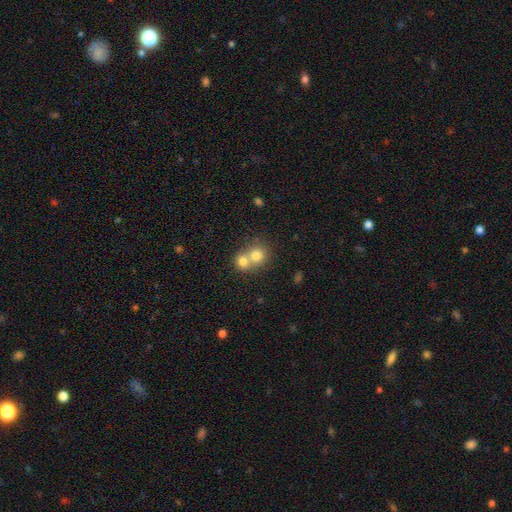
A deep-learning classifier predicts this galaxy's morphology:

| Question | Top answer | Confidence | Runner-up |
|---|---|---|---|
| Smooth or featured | smooth | 76% | featured or disk (14%) |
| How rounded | round | 82% | in between (17%) |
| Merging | merger | 63% | none (31%) |